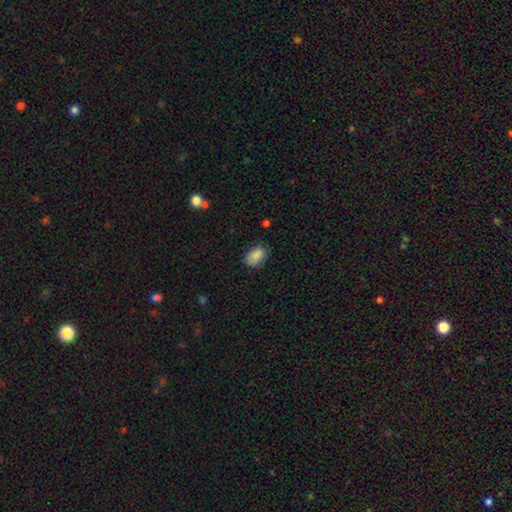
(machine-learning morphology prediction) Smooth or featured? Predicted: smooth (p=0.87). How rounded? Predicted: in between (p=0.87). Merging? Predicted: none (p=0.75).